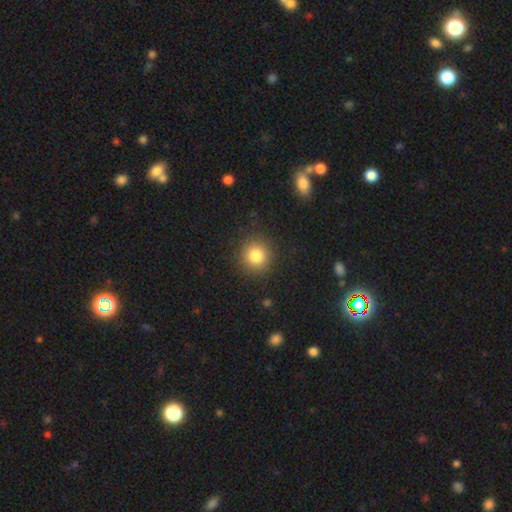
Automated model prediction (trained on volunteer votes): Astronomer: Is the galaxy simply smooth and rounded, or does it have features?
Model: smooth — 83%.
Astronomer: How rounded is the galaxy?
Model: round — 92%.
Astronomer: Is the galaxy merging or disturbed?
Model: none — 89%.